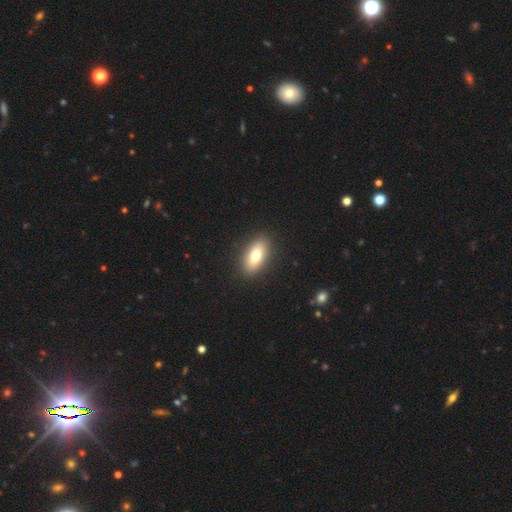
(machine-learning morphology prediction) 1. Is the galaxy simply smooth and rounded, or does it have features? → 73% smooth, 19% featured or disk, 8% star or artifact.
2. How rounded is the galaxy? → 85% in between, 9% cigar-shaped, 6% round.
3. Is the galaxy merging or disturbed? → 90% none, 7% minor disturbance, 2% major disturbance, 1% merger.